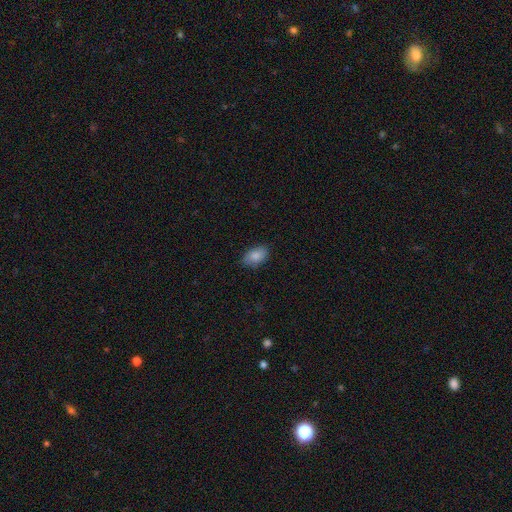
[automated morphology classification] A smooth galaxy with no disk features (87%) that is in between round and cigar-shaped (92%).

Vote fractions:
- Smooth or featured? smooth: 87% / star or artifact: 7% / featured or disk: 6%
- How rounded? in between: 92% / round: 7% / cigar-shaped: 1%
- Merging? none: 82% / minor disturbance: 14% / major disturbance: 3% / merger: 1%